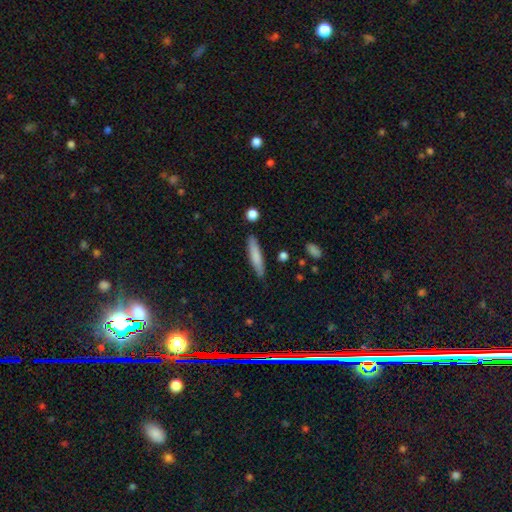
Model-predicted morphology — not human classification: A smooth galaxy with no disk features (77%) that is cigar-shaped (85%). Merging: none (84%).